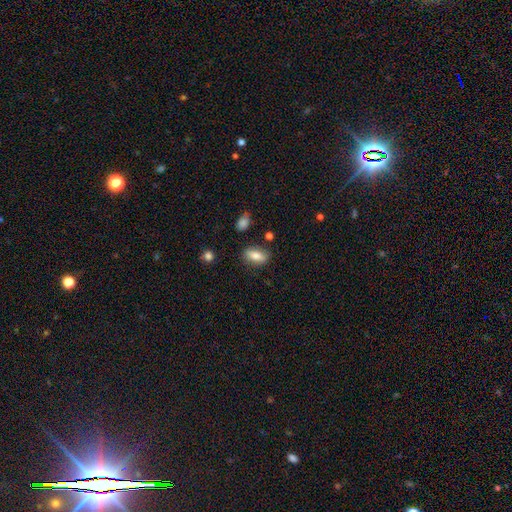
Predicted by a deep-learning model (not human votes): This appears to be a smooth galaxy with no disk features (79%) that is in between round and cigar-shaped (83%). Merging: none (81%).